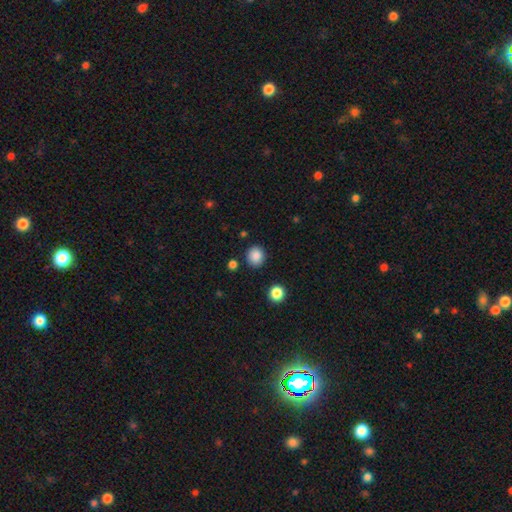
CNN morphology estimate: type=smooth (86%); roundness=round (82%); merging=none (87%).